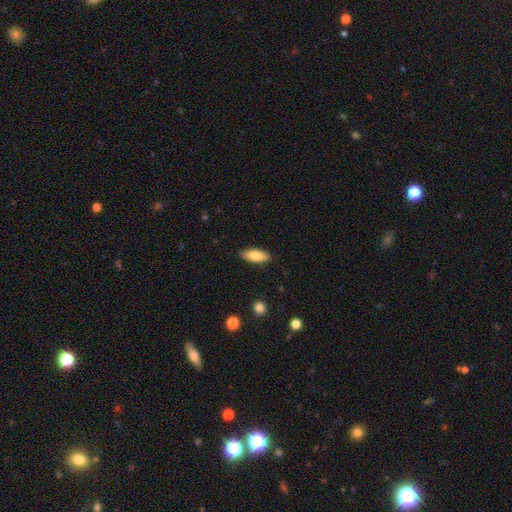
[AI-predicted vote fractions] A smooth galaxy with no disk features (82%) that is in between round and cigar-shaped (80%). Merging: none (88%).